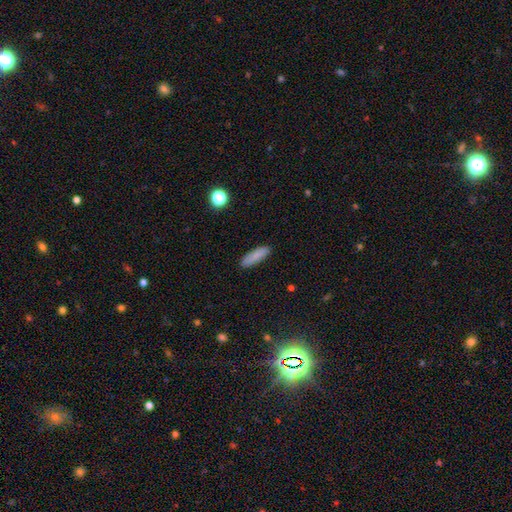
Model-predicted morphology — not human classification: A smooth galaxy with no disk features (84%) that is cigar-shaped (59%).

Vote fractions:
- Smooth or featured? smooth: 84% / featured or disk: 8% / star or artifact: 8%
- How rounded? cigar-shaped: 59% / in between: 39% / round: 2%
- Merging? none: 89% / minor disturbance: 8% / major disturbance: 2% / merger: 1%